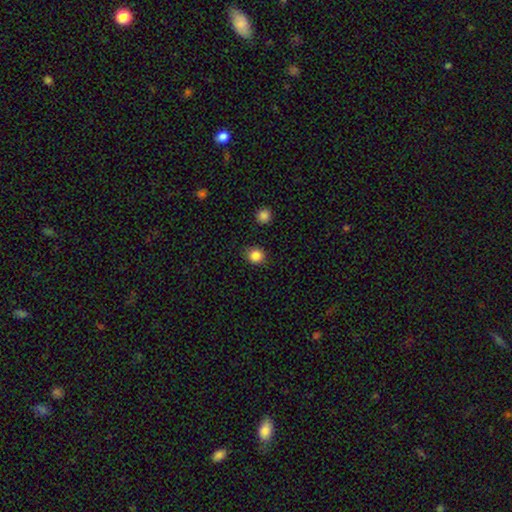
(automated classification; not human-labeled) Q: Smooth or featured?
A: smooth (86%); runner-up: star or artifact (11%)
Q: How rounded?
A: round (87%); runner-up: in between (12%)
Q: Merging?
A: none (87%); runner-up: minor disturbance (8%)